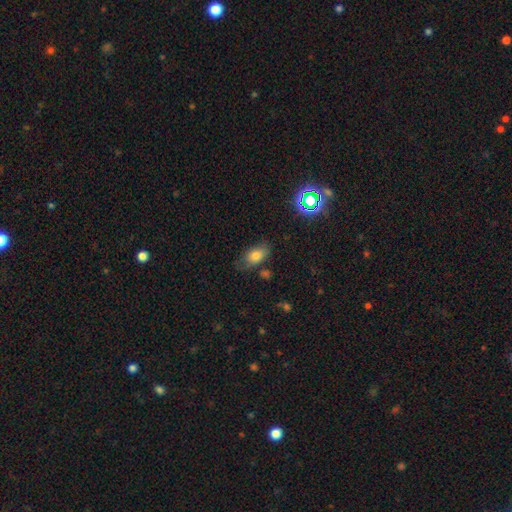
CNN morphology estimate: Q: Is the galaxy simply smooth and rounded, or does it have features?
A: smooth — 76%.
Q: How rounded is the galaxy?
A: in between — 88%.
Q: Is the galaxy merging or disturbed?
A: none — 64%.